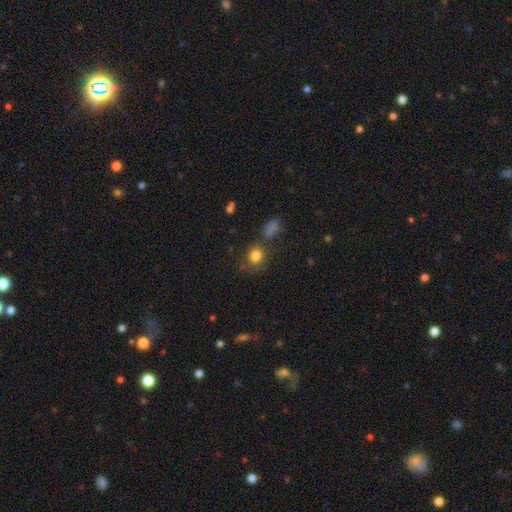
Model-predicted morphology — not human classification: Smooth or featured?
  - smooth: 81% *
  - star or artifact: 11%
  - featured or disk: 7%
How rounded?
  - round: 70% *
  - in between: 29%
  - cigar-shaped: 1%
Merging?
  - none: 67% *
  - minor disturbance: 16%
  - merger: 11%
  - major disturbance: 7%